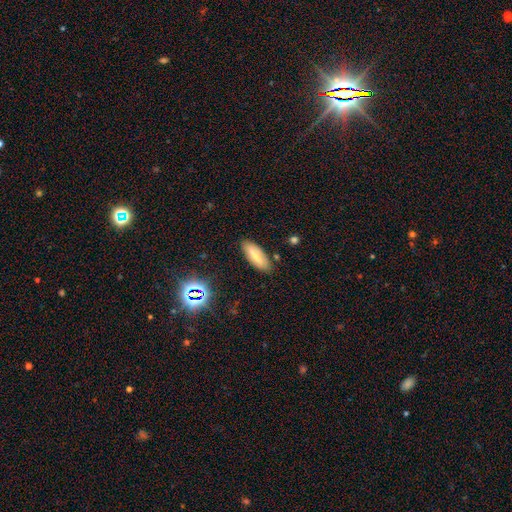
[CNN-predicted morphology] Smooth or featured: smooth — 61% (featured or disk — 30%)
How rounded: in between — 66% (cigar-shaped — 32%)
Merging: none — 84% (minor disturbance — 12%)